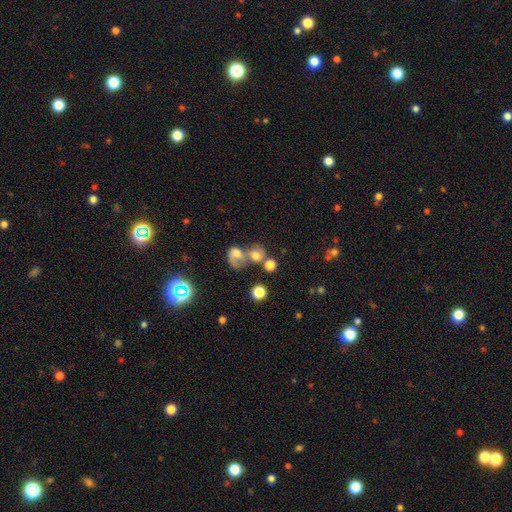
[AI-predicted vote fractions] smooth_or_featured: smooth (p=0.64) [alt: featured or disk p=0.22]
how_rounded: round (p=0.71) [alt: in between p=0.27]
merging: merger (p=0.62) [alt: none p=0.22]